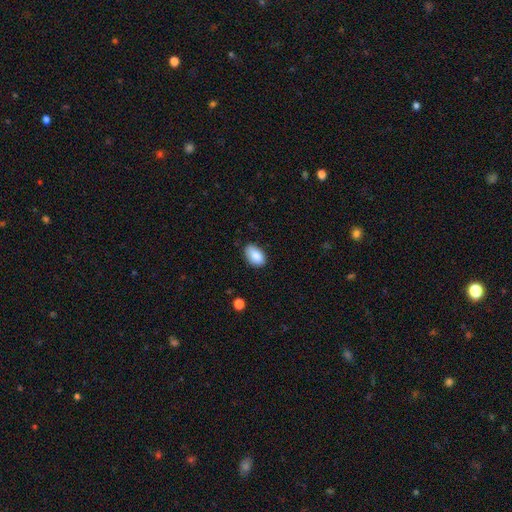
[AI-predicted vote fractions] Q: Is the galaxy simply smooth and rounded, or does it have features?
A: smooth — 86%.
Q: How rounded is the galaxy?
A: in between — 91%.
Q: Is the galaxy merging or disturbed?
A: none — 78%.